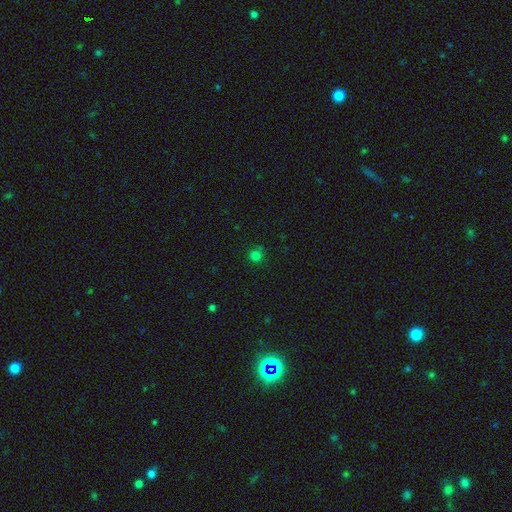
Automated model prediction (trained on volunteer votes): This appears to be a smooth galaxy with no disk features (78%) that is round (93%). Merging: none (85%).